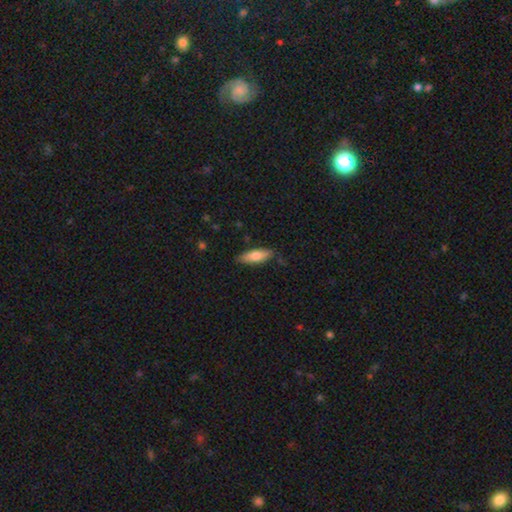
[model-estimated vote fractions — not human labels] A smooth galaxy with no disk features (77%) that is in between round and cigar-shaped (55%).

Vote fractions:
- Smooth or featured? smooth: 77% / featured or disk: 18% / star or artifact: 6%
- How rounded? in between: 55% / cigar-shaped: 44% / round: 2%
- Merging? none: 80% / minor disturbance: 15% / major disturbance: 3% / merger: 2%